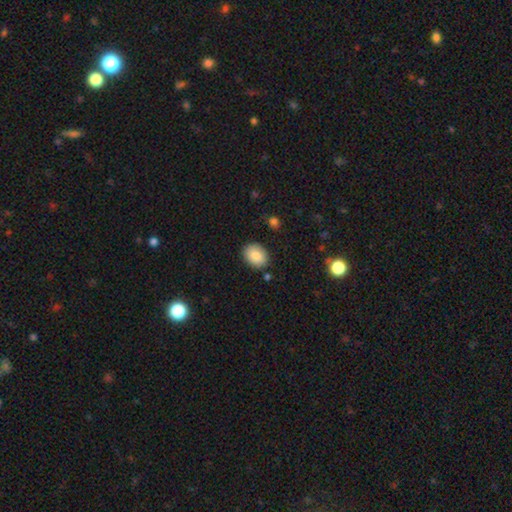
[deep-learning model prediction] Smooth or featured: smooth — 86% (star or artifact — 8%)
How rounded: in between — 65% (round — 34%)
Merging: none — 85% (minor disturbance — 11%)